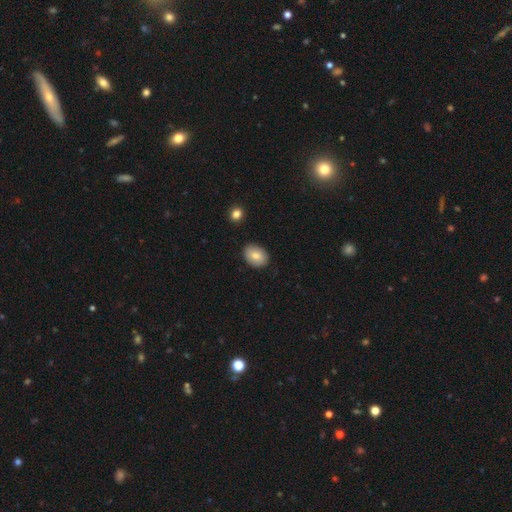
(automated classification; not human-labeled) A smooth galaxy with no disk features (82%) that is in between round and cigar-shaped (76%). Merging: none (86%).